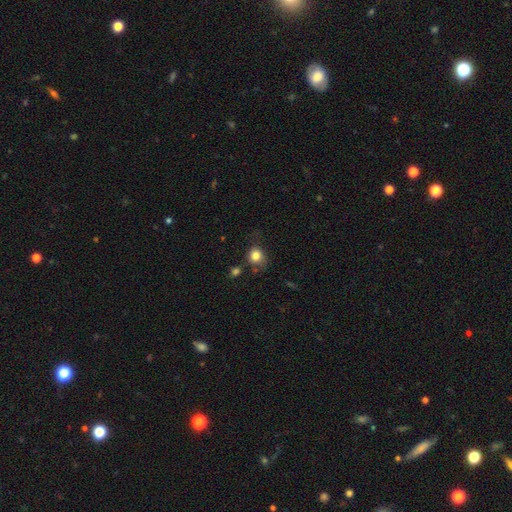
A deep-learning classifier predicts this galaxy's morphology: A smooth galaxy with no disk features (81%) that is round (74%). Merging: none (62%).